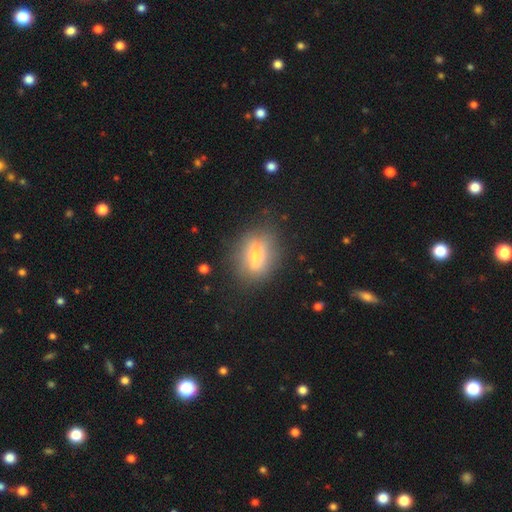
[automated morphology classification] Q: Smooth or featured?
A: smooth (62%); runner-up: featured or disk (27%)
Q: How rounded?
A: in between (74%); runner-up: round (20%)
Q: Merging?
A: none (68%); runner-up: minor disturbance (21%)